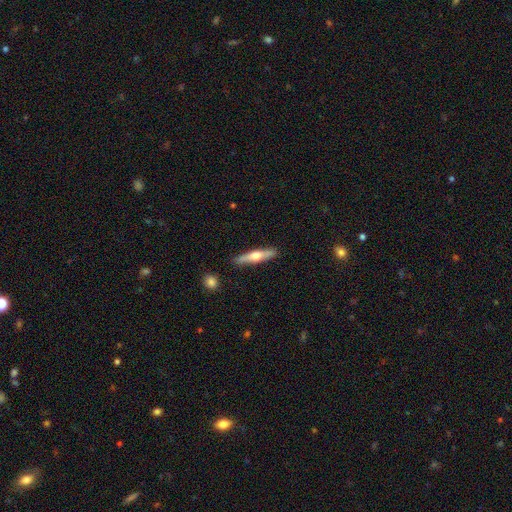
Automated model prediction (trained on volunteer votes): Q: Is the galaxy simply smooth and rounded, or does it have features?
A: featured or disk — 53%.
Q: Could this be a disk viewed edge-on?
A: yes — 94%.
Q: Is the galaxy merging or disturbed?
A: none — 88%.